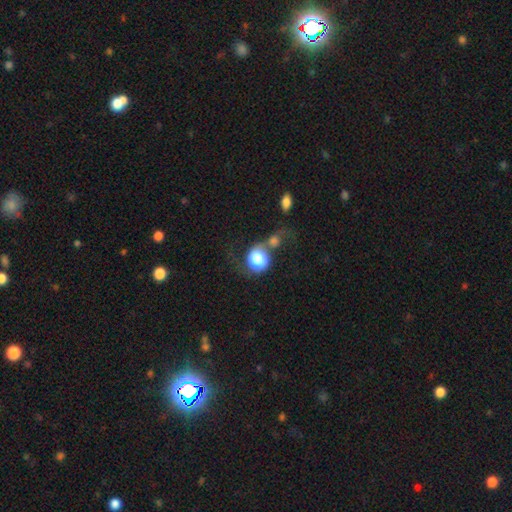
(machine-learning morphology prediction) star or artifact 46%, smooth 39%, featured or disk 15%.